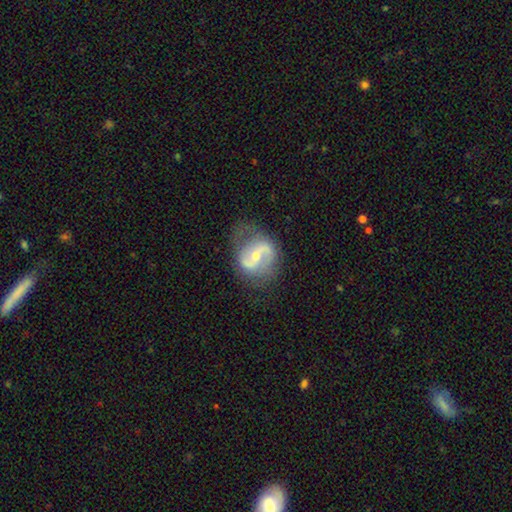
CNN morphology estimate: smooth_or_featured: featured or disk (p=0.84) [alt: smooth p=0.11]
disk_edge_on: no (p=0.97) [alt: yes p=0.03]
bar: weak (p=0.41) [alt: strong p=0.33]
has_spiral_arms: yes (p=0.93) [alt: no p=0.07]
spiral_winding: loose (p=0.45) [alt: medium p=0.43]
spiral_arm_count: 2 (p=0.90) [alt: can't tell p=0.04]
bulge_size: small (p=0.52) [alt: moderate p=0.44]
merging: none (p=0.67) [alt: minor disturbance p=0.21]